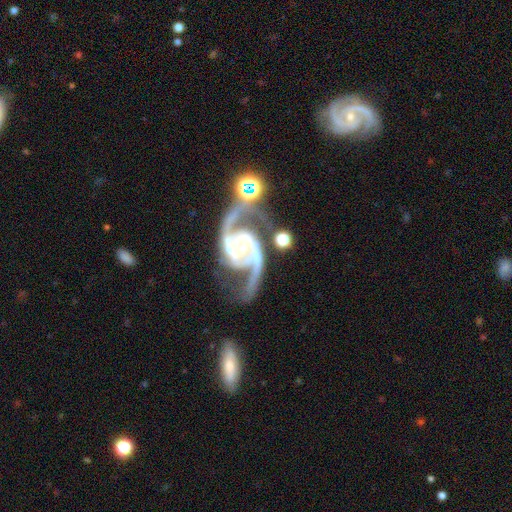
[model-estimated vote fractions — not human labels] Smooth or featured: featured or disk — 92% (star or artifact — 5%)
Edge-on disk: no — 98% (yes — 2%)
Bar: strong — 44% (weak — 35%)
Spiral arms: yes — 98% (no — 2%)
Spiral winding: medium — 53% (loose — 34%)
Spiral arm count: 2 — 91% (3 — 3%)
Bulge size: small — 57% (moderate — 29%)
Merging: none — 45% (major disturbance — 20%)